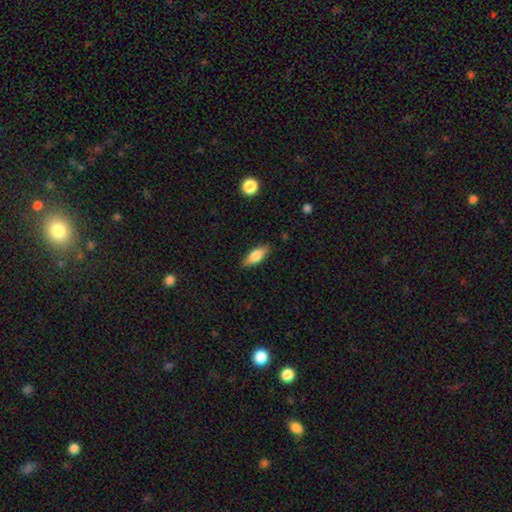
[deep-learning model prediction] Smooth or featured?
  - smooth: 69% *
  - featured or disk: 24%
  - star or artifact: 7%
How rounded?
  - in between: 69% *
  - cigar-shaped: 27%
  - round: 3%
Merging?
  - none: 86% *
  - minor disturbance: 11%
  - major disturbance: 2%
  - merger: 1%